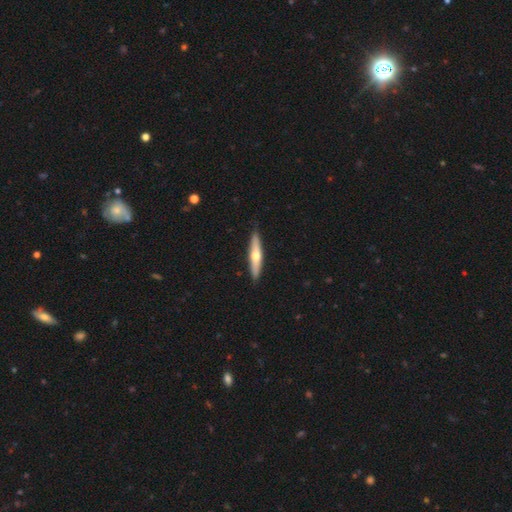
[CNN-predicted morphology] type=featured or disk (52%); edge-on=yes (92%); merging=none (89%).